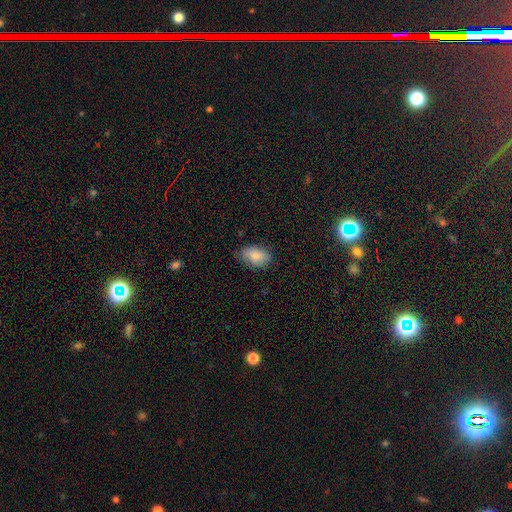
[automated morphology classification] smooth-or-featured: smooth: 84% | featured or disk: 9% | star or artifact: 7%
  how-rounded: in between: 90% | round: 8% | cigar-shaped: 2%
  merging: none: 70% | minor disturbance: 24% | major disturbance: 5% | merger: 1%